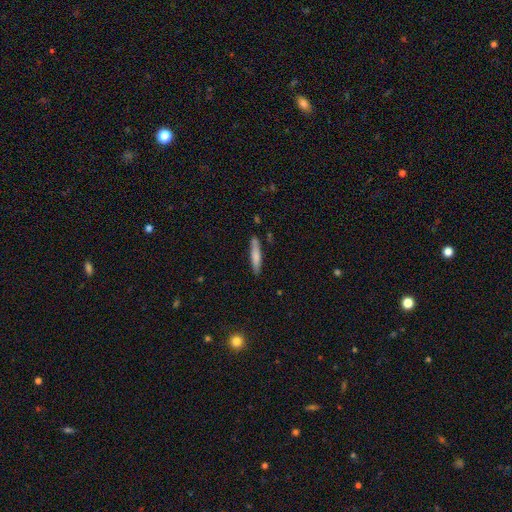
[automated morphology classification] The model was most divided on "smooth or featured": smooth: 73%, featured or disk: 22%, star or artifact: 6%. More confident: how rounded — cigar-shaped (90%); merging — none (84%).